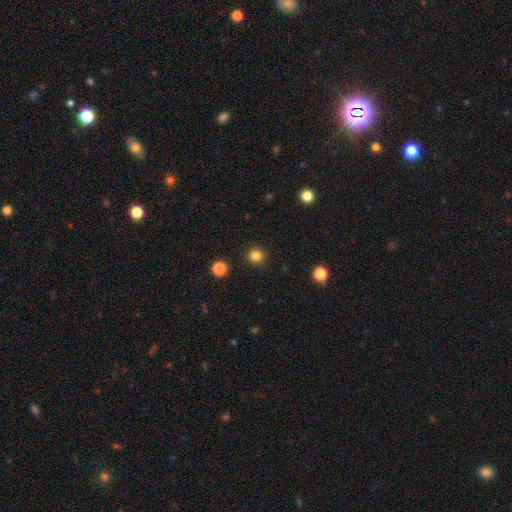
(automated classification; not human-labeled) A smooth galaxy with no disk features (84%) that is round (94%).

Vote fractions:
- Smooth or featured? smooth: 84% / star or artifact: 12% / featured or disk: 4%
- How rounded? round: 94% / in between: 5% / cigar-shaped: 1%
- Merging? none: 92% / minor disturbance: 5% / major disturbance: 2% / merger: 1%